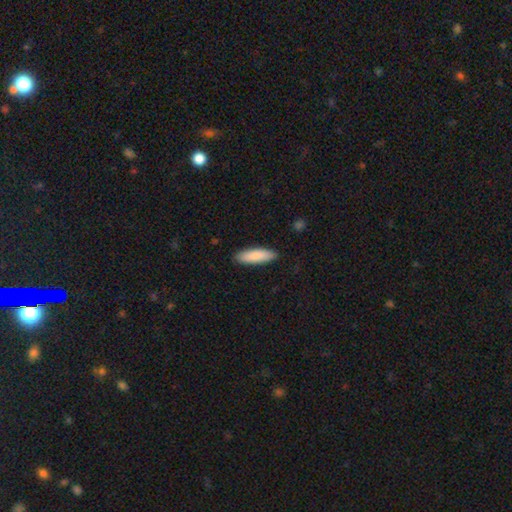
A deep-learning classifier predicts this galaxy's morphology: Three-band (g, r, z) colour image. It shows a smooth galaxy with no disk features (88%) that is cigar-shaped (54%). Merging: none (89%).